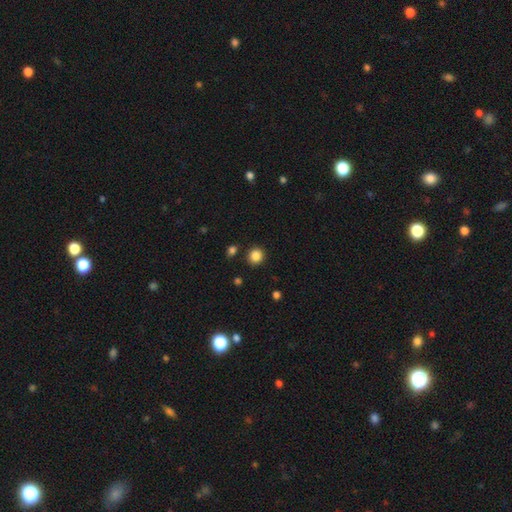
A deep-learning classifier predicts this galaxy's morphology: Q: Smooth or featured?
A: smooth (85%); runner-up: star or artifact (11%)
Q: How rounded?
A: round (88%); runner-up: in between (11%)
Q: Merging?
A: none (88%); runner-up: minor disturbance (7%)